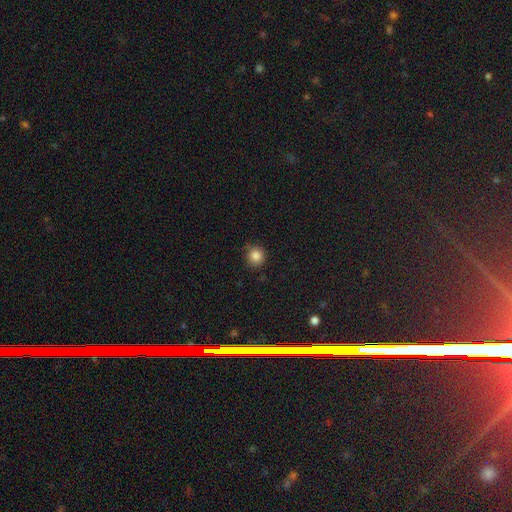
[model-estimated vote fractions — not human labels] smooth_or_featured: smooth (p=0.85) [alt: star or artifact p=0.11]
how_rounded: round (p=0.93) [alt: in between p=0.06]
merging: none (p=0.85) [alt: minor disturbance p=0.11]